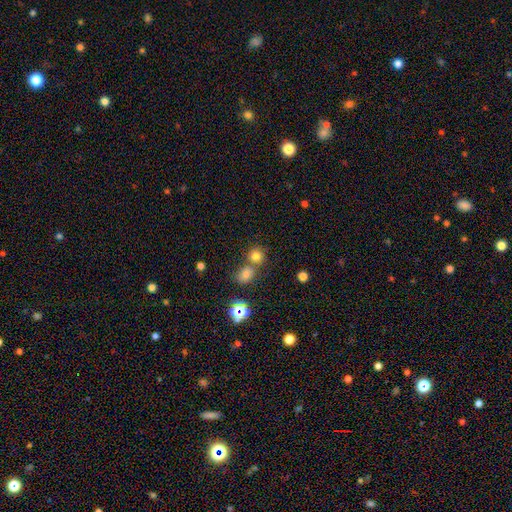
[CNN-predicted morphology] Q: Smooth or featured?
A: smooth (60%); runner-up: star or artifact (31%)
Q: How rounded?
A: round (80%); runner-up: in between (18%)
Q: Merging?
A: none (58%); runner-up: merger (31%)